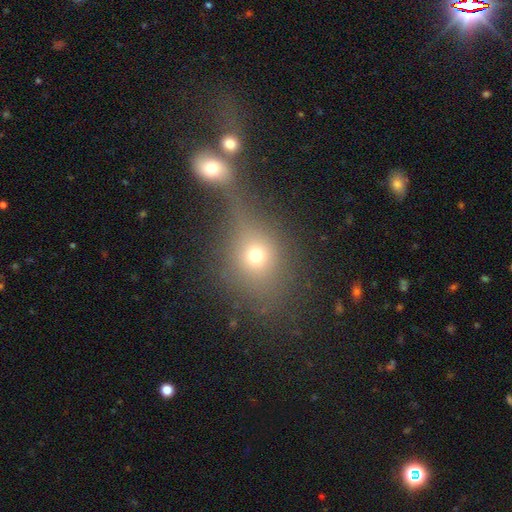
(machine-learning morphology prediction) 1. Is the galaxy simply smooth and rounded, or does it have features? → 65% smooth, 18% star or artifact, 16% featured or disk.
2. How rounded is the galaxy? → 61% round, 36% in between, 3% cigar-shaped.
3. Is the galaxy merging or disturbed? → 40% none, 37% merger, 12% major disturbance, 11% minor disturbance.